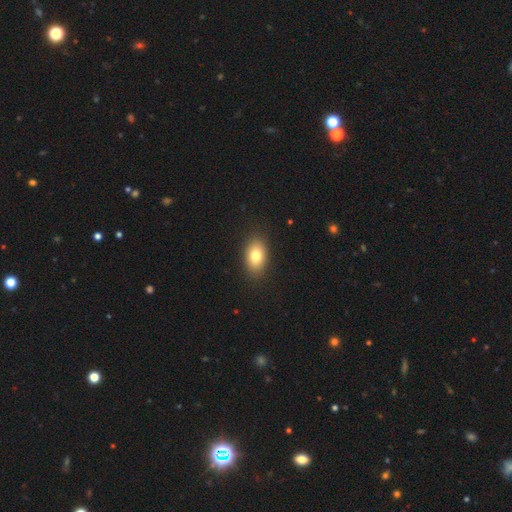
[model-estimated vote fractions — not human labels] Smooth or featured? Predicted: smooth (p=0.79). How rounded? Predicted: in between (p=0.87). Merging? Predicted: none (p=0.88).